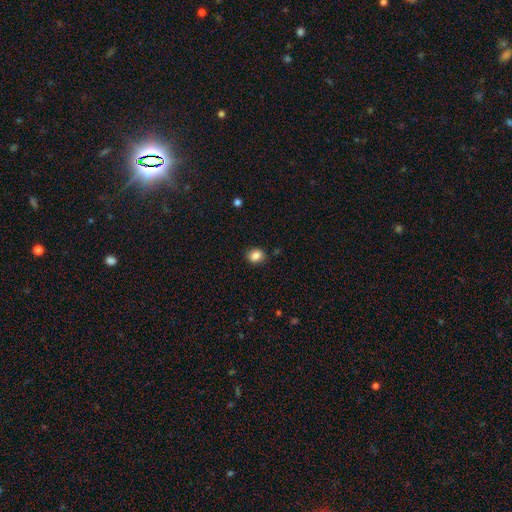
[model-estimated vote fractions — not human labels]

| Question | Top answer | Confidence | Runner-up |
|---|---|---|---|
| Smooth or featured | smooth | 86% | star or artifact (10%) |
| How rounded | round | 59% | in between (40%) |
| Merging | none | 87% | minor disturbance (9%) |